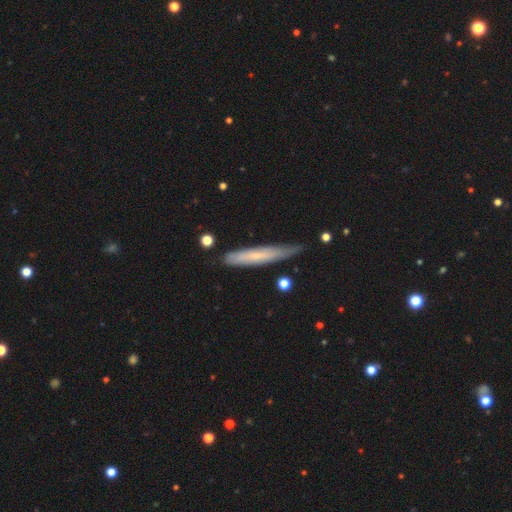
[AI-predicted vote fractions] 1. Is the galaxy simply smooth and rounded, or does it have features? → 51% smooth, 43% featured or disk, 7% star or artifact.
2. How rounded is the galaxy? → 93% cigar-shaped, 6% in between, 1% round.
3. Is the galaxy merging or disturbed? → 75% none, 20% minor disturbance, 3% major disturbance, 2% merger.